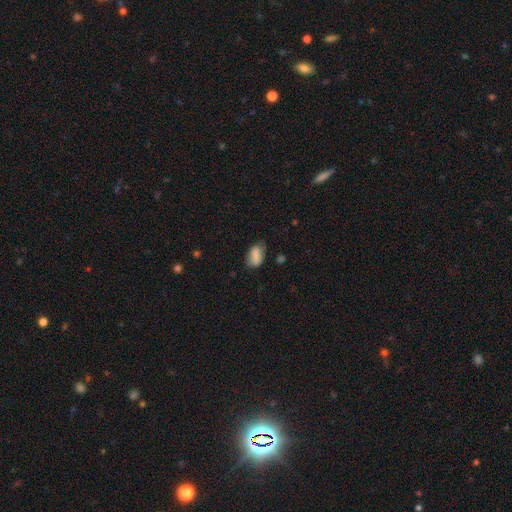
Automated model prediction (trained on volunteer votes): Smooth or featured? Predicted: smooth (p=0.81). How rounded? Predicted: in between (p=0.89). Merging? Predicted: none (p=0.61).